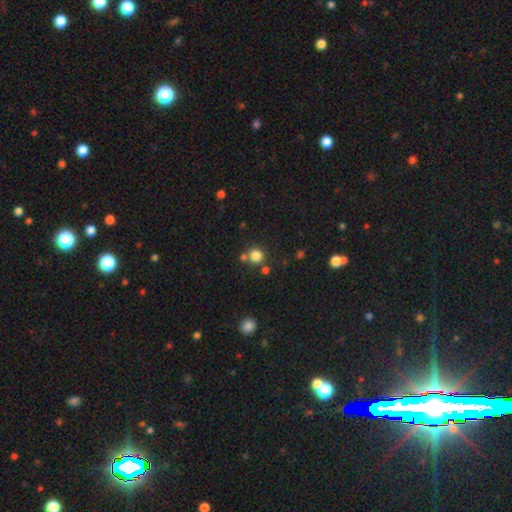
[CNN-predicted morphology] A smooth galaxy with no disk features (81%) that is round (92%).

Vote fractions:
- Smooth or featured? smooth: 81% / star or artifact: 13% / featured or disk: 5%
- How rounded? round: 92% / in between: 7% / cigar-shaped: 1%
- Merging? none: 73% / merger: 16% / minor disturbance: 8% / major disturbance: 3%